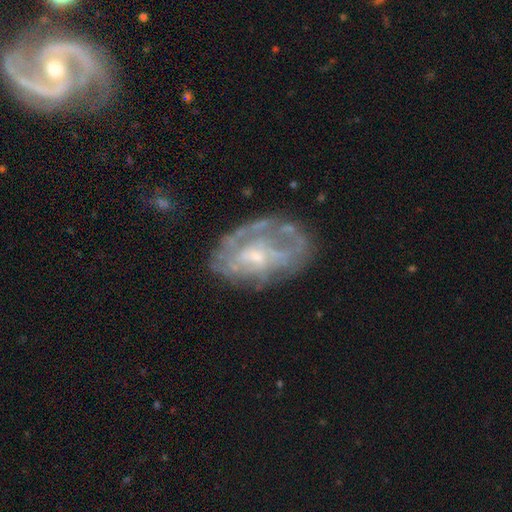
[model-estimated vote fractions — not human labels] Smooth or featured: featured or disk — 72% (smooth — 20%)
Edge-on disk: no — 96% (yes — 4%)
Bar: no — 63% (weak — 31%)
Spiral arms: yes — 55% (no — 45%)
Bulge size: small — 50% (moderate — 36%)
Merging: none — 58% (minor disturbance — 23%)